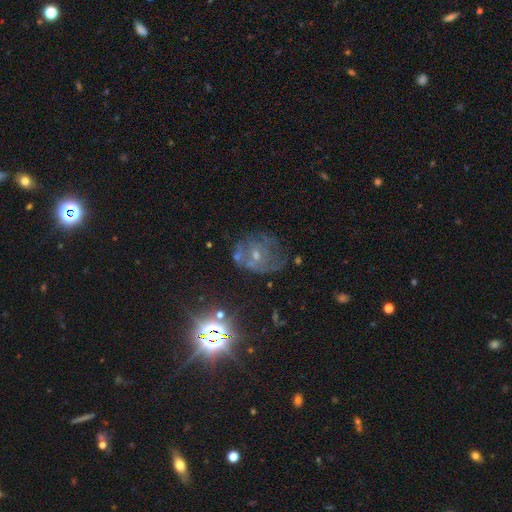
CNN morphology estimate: A featured or disk galaxy (56%) with no bar (75%), spiral arms (55%) and a small central bulge (55%).

Vote fractions:
- Smooth or featured? featured or disk: 56% / star or artifact: 23% / smooth: 21%
- Edge-on disk? no: 97% / yes: 3%
- Bar? no: 75% / weak: 21% / strong: 4%
- Spiral arms? yes: 55% / no: 45%
- Bulge size? small: 55% / moderate: 35% / none: 7% / large: 2% / dominant: 1%
- Merging? none: 46% / major disturbance: 23% / minor disturbance: 22% / merger: 9%